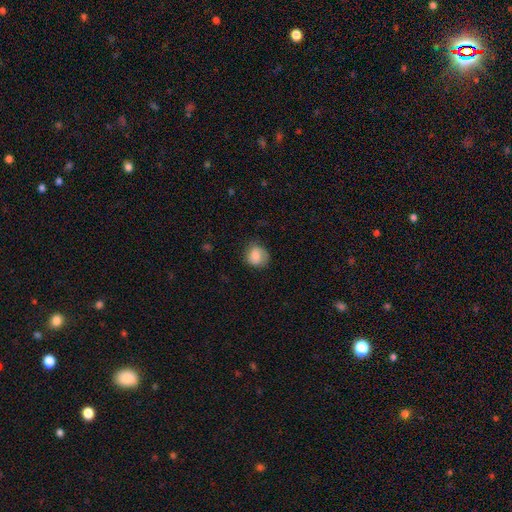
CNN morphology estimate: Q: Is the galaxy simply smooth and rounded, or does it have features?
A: smooth — 80%.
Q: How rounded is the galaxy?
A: round — 70%.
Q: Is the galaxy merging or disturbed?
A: none — 65%.